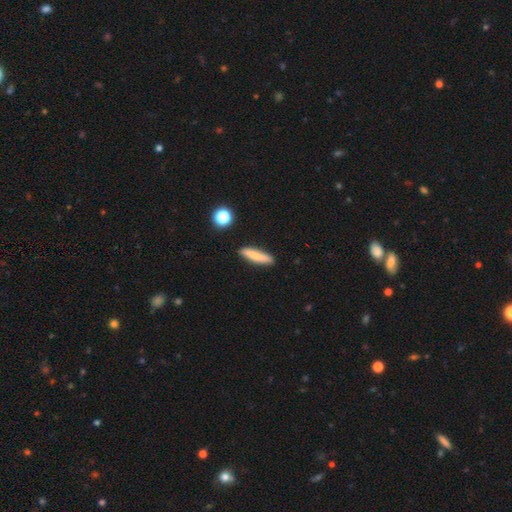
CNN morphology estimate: smooth_or_featured: smooth (p=0.79) [alt: featured or disk p=0.14]
how_rounded: cigar-shaped (p=0.82) [alt: in between p=0.16]
merging: none (p=0.88) [alt: minor disturbance p=0.09]